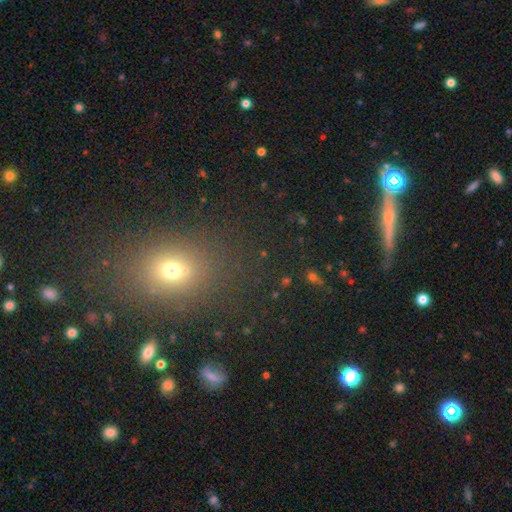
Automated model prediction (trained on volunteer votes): Overall: smooth (52%; star or artifact 33%). How rounded: round (47%; in between 44%). Merging: none (83%).